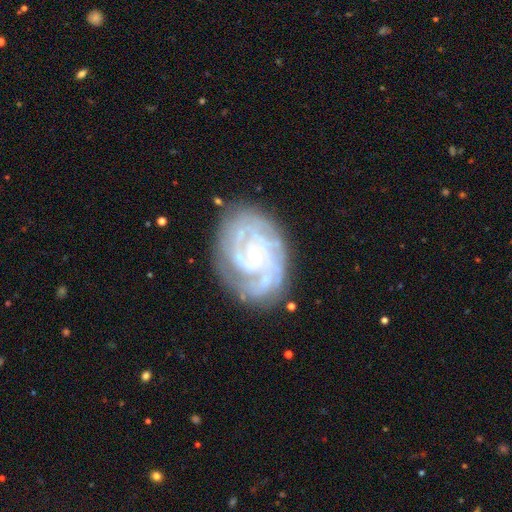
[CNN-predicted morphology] Smooth or featured? featured or disk (84%)
Edge-on disk? no (97%)
Bar? no (66%)
Spiral arms? yes (95%)
Spiral winding? tight (75%)
Spiral arm count? can't tell (30%)
Bulge size? small (79%)
Merging? none (71%)